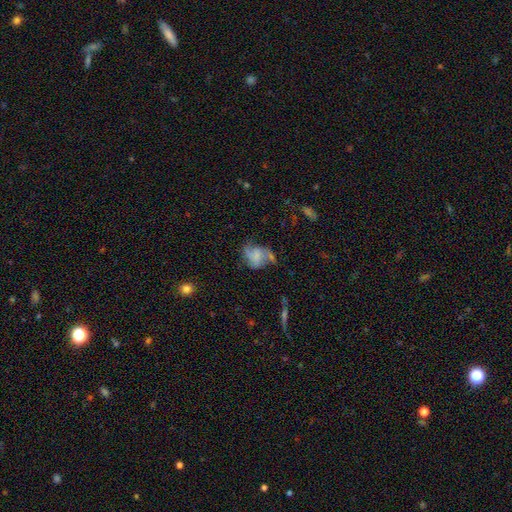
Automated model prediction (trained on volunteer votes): Q: Smooth or featured?
A: featured or disk (55%); runner-up: smooth (33%)
Q: Edge-on disk?
A: no (97%); runner-up: yes (3%)
Q: Bar?
A: no (66%); runner-up: weak (27%)
Q: Spiral arms?
A: yes (77%); runner-up: no (23%)
Q: Bulge size?
A: none (56%); runner-up: small (25%)
Q: Merging?
A: none (37%); runner-up: major disturbance (29%)